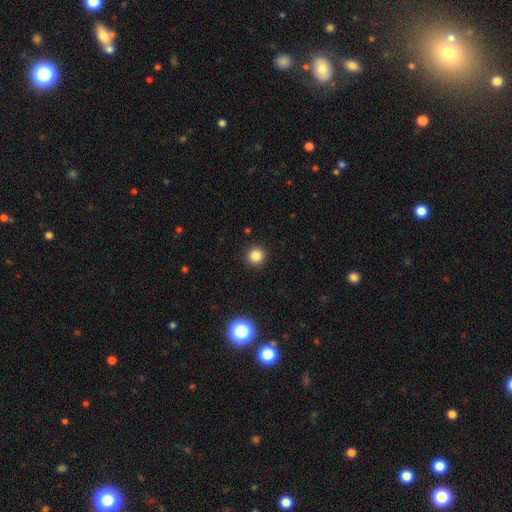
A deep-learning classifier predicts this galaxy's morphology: smooth-or-featured: smooth: 84% | star or artifact: 13% | featured or disk: 4%
  how-rounded: round: 95% | in between: 4% | cigar-shaped: 1%
  merging: none: 93% | minor disturbance: 5% | major disturbance: 2% | merger: 1%